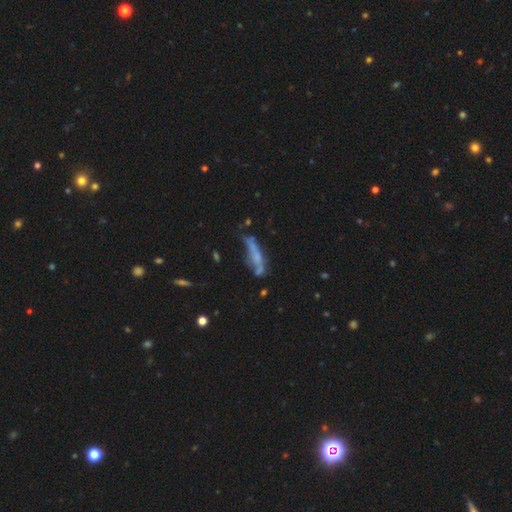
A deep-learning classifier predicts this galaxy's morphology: A featured or disk galaxy (45%).

Vote fractions:
- Smooth or featured? featured or disk: 45% / smooth: 43% / star or artifact: 12%
- Merging? none: 42% / minor disturbance: 27% / major disturbance: 17% / merger: 14%